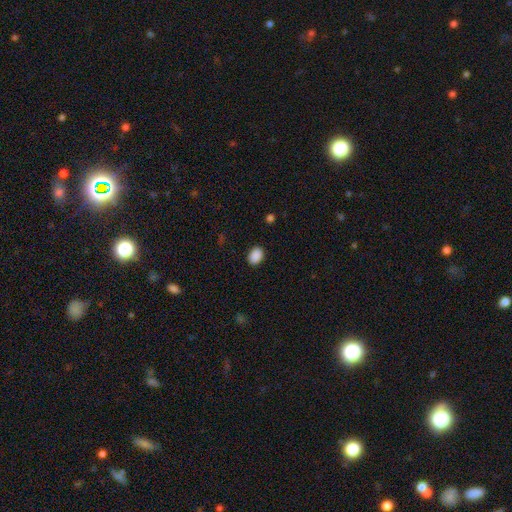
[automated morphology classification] Smooth or featured?
  - smooth: 89% *
  - star or artifact: 8%
  - featured or disk: 2%
How rounded?
  - in between: 73% *
  - round: 26%
  - cigar-shaped: 1%
Merging?
  - none: 89% *
  - minor disturbance: 8%
  - major disturbance: 2%
  - merger: 1%